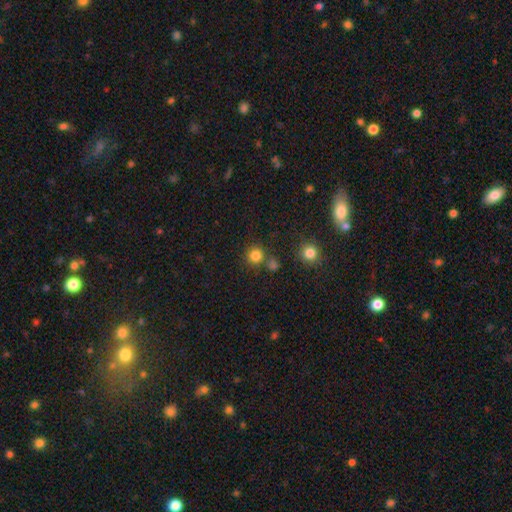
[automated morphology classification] smooth 81%, star or artifact 14%, featured or disk 5%. Down the decision tree: how rounded — round (91%); merging — none (74%).